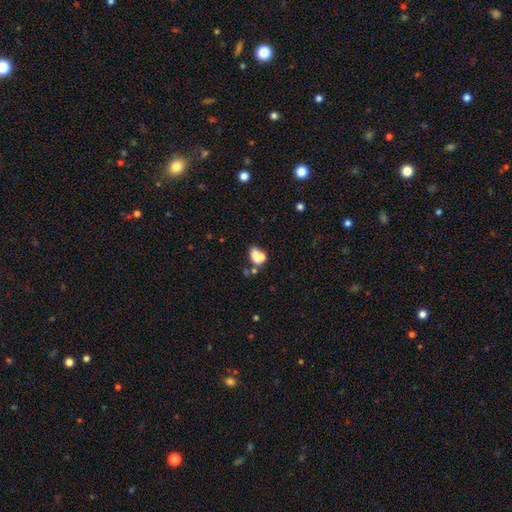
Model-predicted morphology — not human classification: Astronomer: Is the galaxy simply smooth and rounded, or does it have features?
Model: smooth — 66%.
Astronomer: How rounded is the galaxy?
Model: in between — 68%.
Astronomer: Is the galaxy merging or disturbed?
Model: merger — 57%.